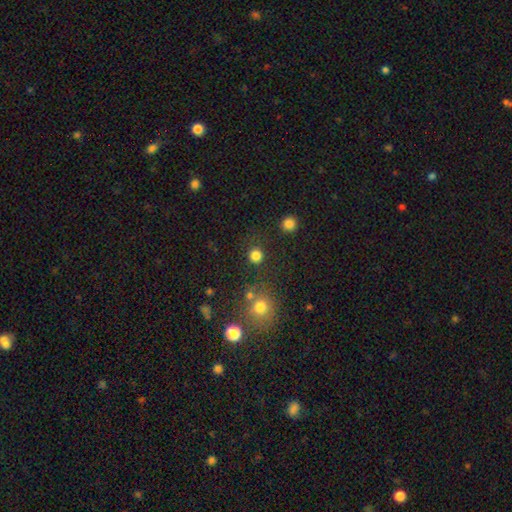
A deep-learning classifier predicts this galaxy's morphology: smooth 82%, star or artifact 14%, featured or disk 4%. Down the decision tree: how rounded — round (93%); merging — none (86%).